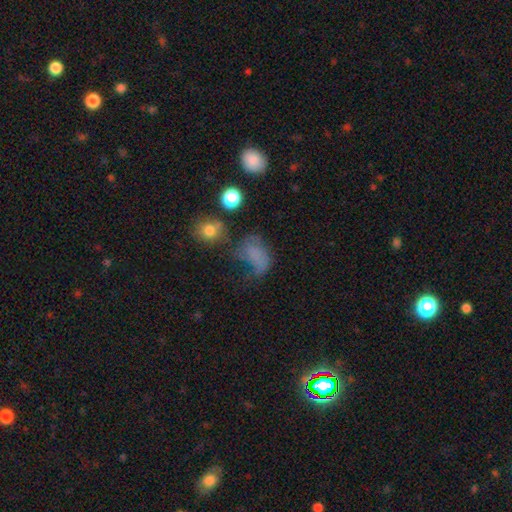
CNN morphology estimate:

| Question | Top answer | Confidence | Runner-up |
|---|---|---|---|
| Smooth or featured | smooth | 60% | featured or disk (22%) |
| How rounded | in between | 75% | round (23%) |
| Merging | major disturbance | 42% | none (27%) |